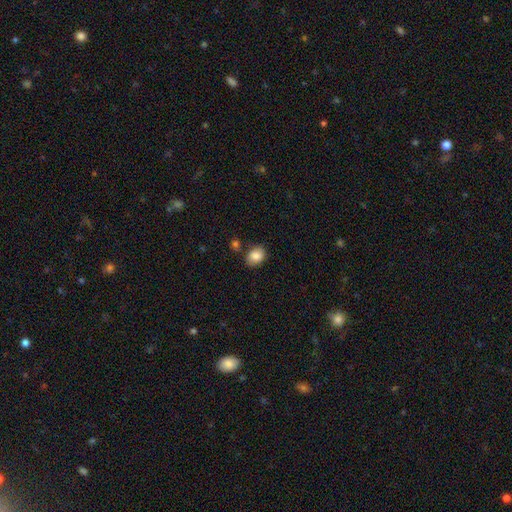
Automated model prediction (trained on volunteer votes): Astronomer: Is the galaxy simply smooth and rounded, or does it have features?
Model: smooth — 85%.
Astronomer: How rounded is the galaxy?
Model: in between — 61% (runner-up: round, 38%).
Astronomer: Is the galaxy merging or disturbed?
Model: none — 75%.